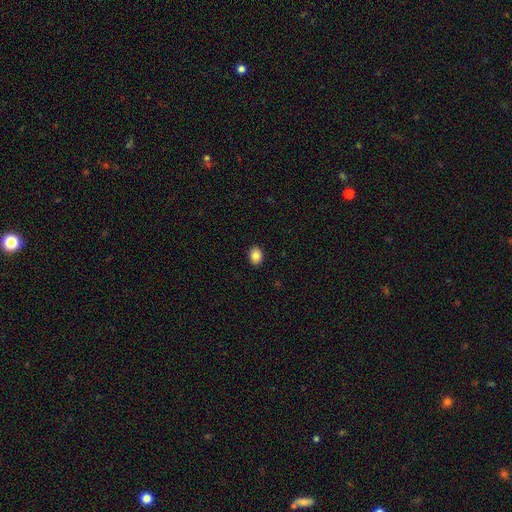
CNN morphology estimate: Smooth or featured: smooth — 85% (star or artifact — 9%)
How rounded: in between — 50% (round — 49%)
Merging: none — 91% (minor disturbance — 7%)